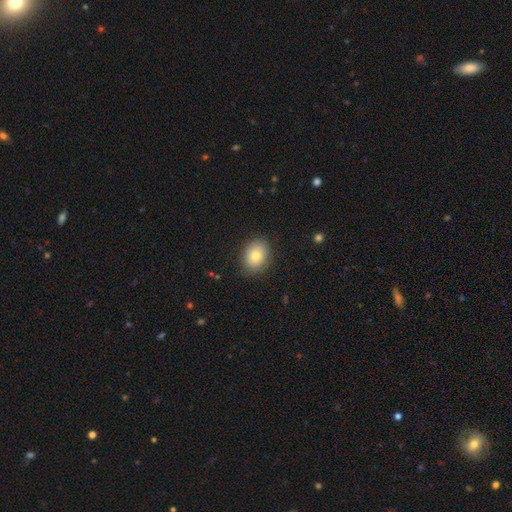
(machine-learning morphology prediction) smooth 78%, featured or disk 13%, star or artifact 9%. Down the decision tree: how rounded — in between (57%); merging — none (85%).